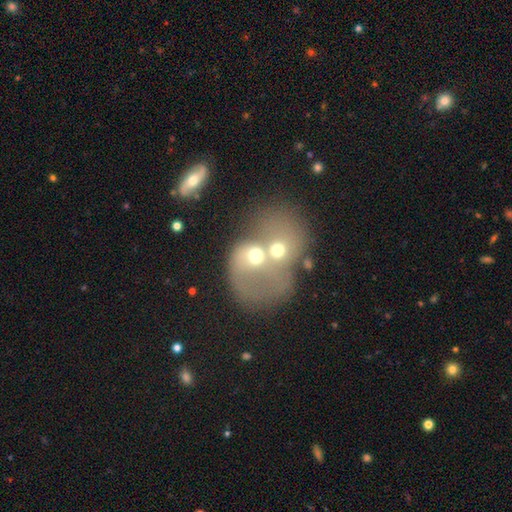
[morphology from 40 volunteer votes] A smooth galaxy with no disk features (45%) that is round (67%).

Vote fractions:
- Smooth or featured? smooth: 45% / featured or disk: 42% / star or artifact: 12%
- How rounded? round: 67% / in between: 33% / cigar-shaped: 0%
- Merging? merger: 89% / major disturbance: 6% / none: 3% / minor disturbance: 3%